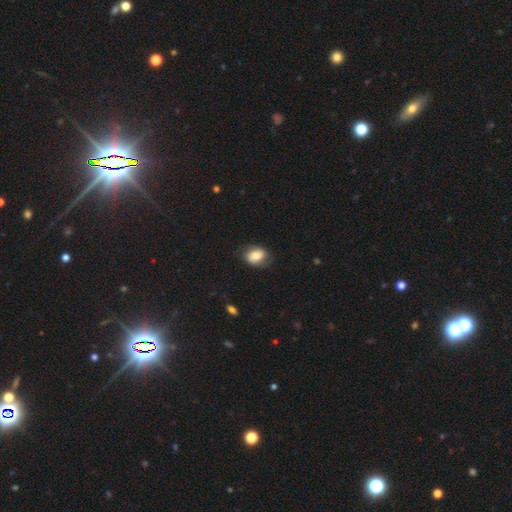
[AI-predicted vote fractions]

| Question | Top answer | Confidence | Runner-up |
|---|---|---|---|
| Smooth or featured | smooth | 73% | featured or disk (20%) |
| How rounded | in between | 70% | round (28%) |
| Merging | none | 71% | minor disturbance (21%) |